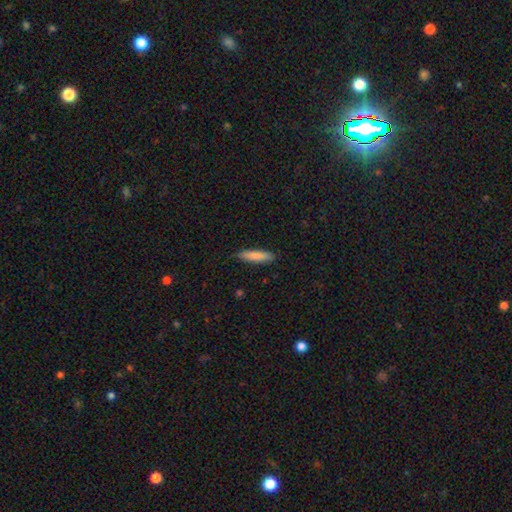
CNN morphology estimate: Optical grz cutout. It shows a smooth galaxy with no disk features (84%) that is cigar-shaped (78%). Merging: none (83%).